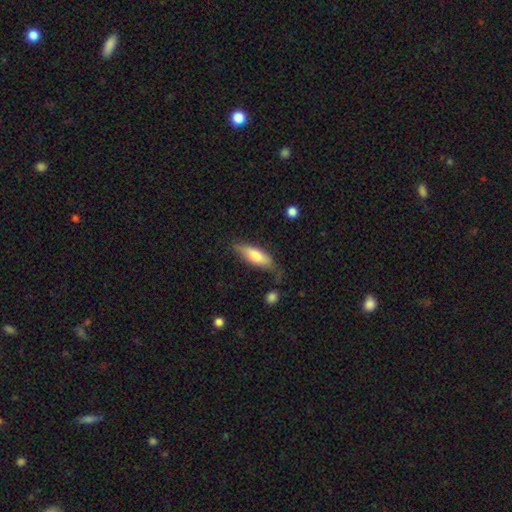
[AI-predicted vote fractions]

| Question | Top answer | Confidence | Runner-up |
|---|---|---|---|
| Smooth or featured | smooth | 68% | featured or disk (26%) |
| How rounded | in between | 56% | cigar-shaped (42%) |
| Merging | none | 64% | minor disturbance (26%) |